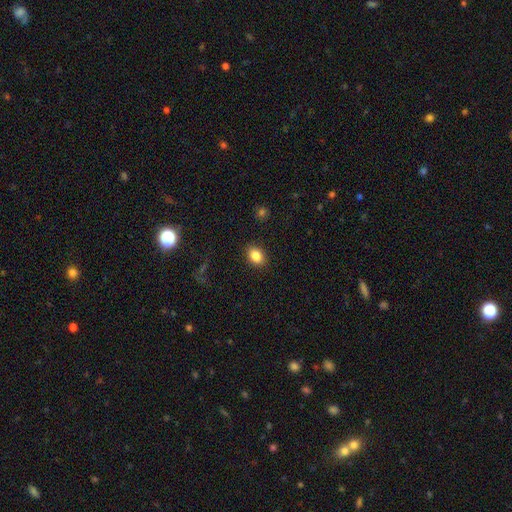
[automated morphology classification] This is clearly a smooth galaxy (85%). How rounded: likely in between (73%). Merging: clearly none (88%).